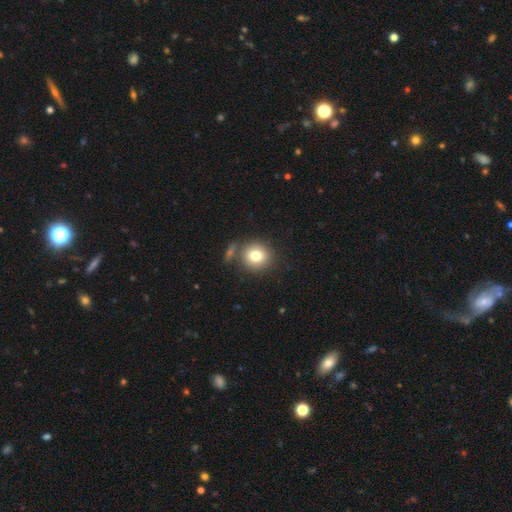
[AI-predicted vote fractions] smooth_or_featured: smooth (p=0.78) [alt: featured or disk p=0.12]
how_rounded: round (p=0.88) [alt: in between p=0.11]
merging: none (p=0.73) [alt: merger p=0.13]